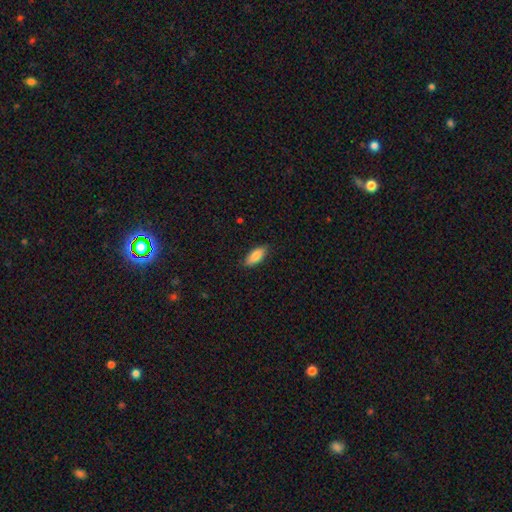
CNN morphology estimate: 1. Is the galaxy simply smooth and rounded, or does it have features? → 85% smooth, 9% featured or disk, 6% star or artifact.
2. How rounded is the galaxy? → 80% in between, 18% cigar-shaped, 2% round.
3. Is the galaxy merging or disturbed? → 85% none, 12% minor disturbance, 2% major disturbance, 1% merger.